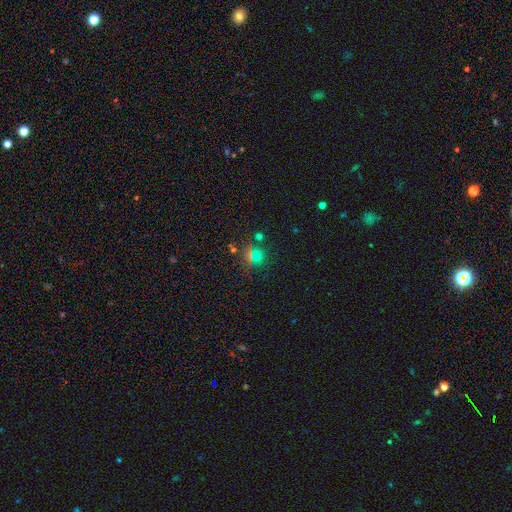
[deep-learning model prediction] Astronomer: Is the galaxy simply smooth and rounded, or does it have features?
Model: smooth — 49% (runner-up: star or artifact, 41%).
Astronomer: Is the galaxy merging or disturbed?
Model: none — 78%.